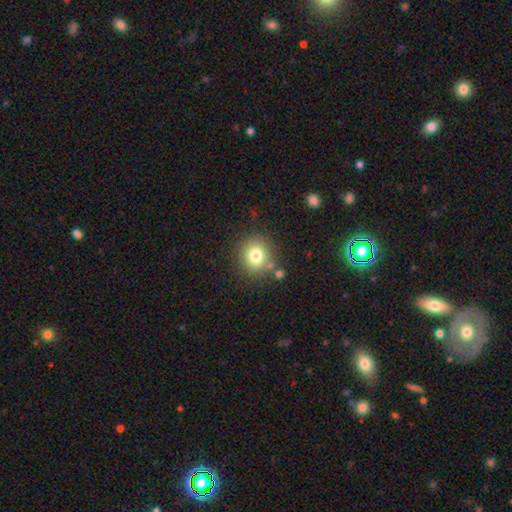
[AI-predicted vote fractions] smooth_or_featured: smooth (p=0.77) [alt: star or artifact p=0.13]
how_rounded: round (p=0.86) [alt: in between p=0.13]
merging: none (p=0.80) [alt: minor disturbance p=0.10]